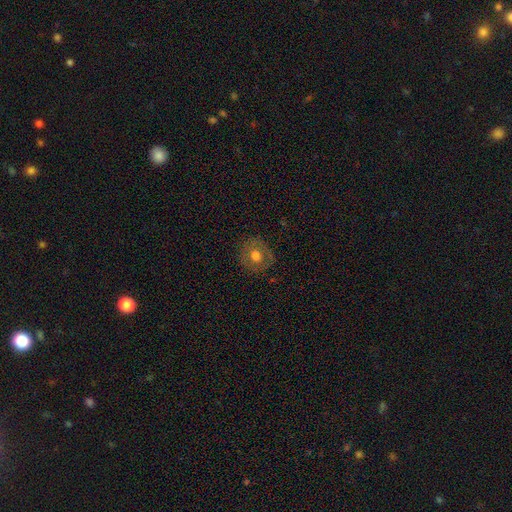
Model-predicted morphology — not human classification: This is possibly a smooth galaxy (58%). How rounded: clearly round (87%). Merging: clearly none (84%).